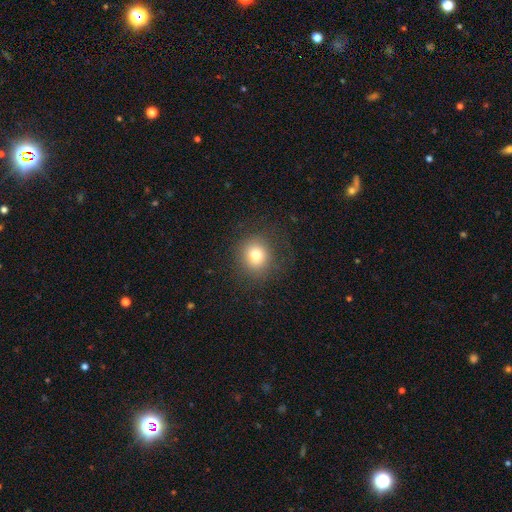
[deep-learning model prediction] smooth-or-featured: smooth: 76% | star or artifact: 14% | featured or disk: 11%
  how-rounded: round: 87% | in between: 12% | cigar-shaped: 1%
  merging: none: 83% | minor disturbance: 10% | major disturbance: 6% | merger: 1%